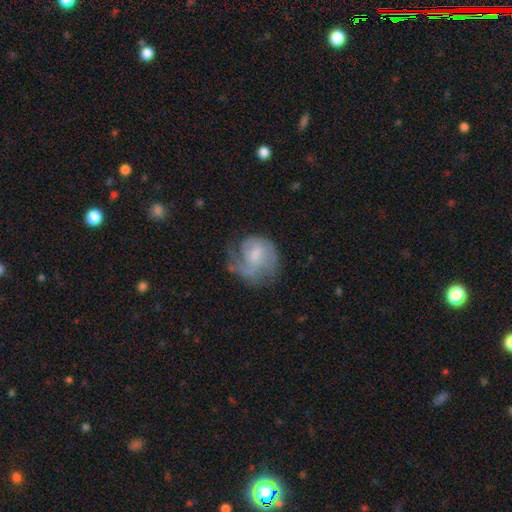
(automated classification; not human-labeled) smooth_or_featured: featured or disk (p=0.66) [alt: smooth p=0.27]
disk_edge_on: no (p=0.98) [alt: yes p=0.02]
bar: weak (p=0.52) [alt: no p=0.38]
has_spiral_arms: yes (p=0.86) [alt: no p=0.14]
spiral_winding: medium (p=0.41) [alt: tight p=0.37]
spiral_arm_count: 1 (p=0.37) [alt: 2 p=0.31]
bulge_size: small (p=0.36) [alt: moderate p=0.33]
merging: none (p=0.47) [alt: major disturbance p=0.26]